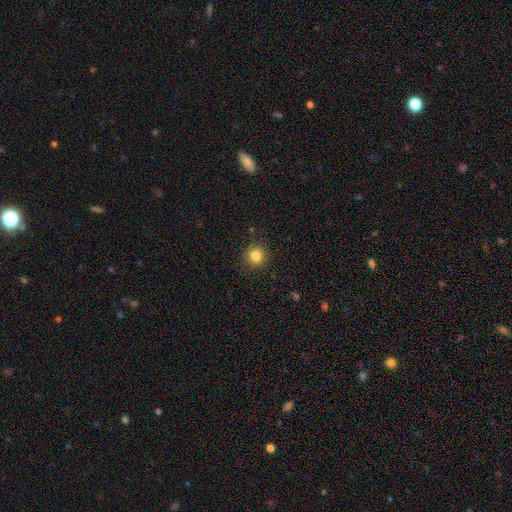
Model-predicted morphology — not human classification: Overall: smooth (83%). How rounded: round (92%). Merging: none (91%).